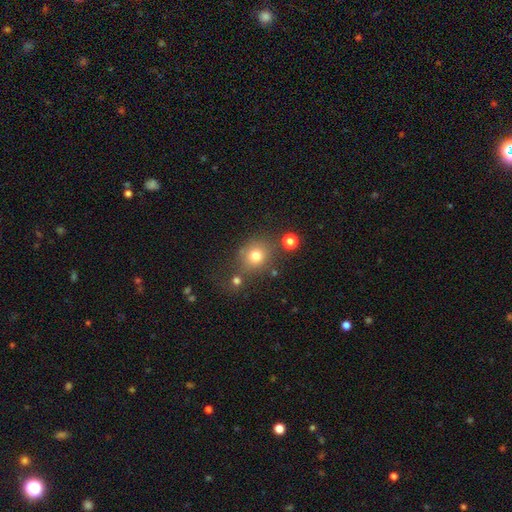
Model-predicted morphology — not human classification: Overall: smooth (75%). How rounded: round (76%). Merging: none (68%).